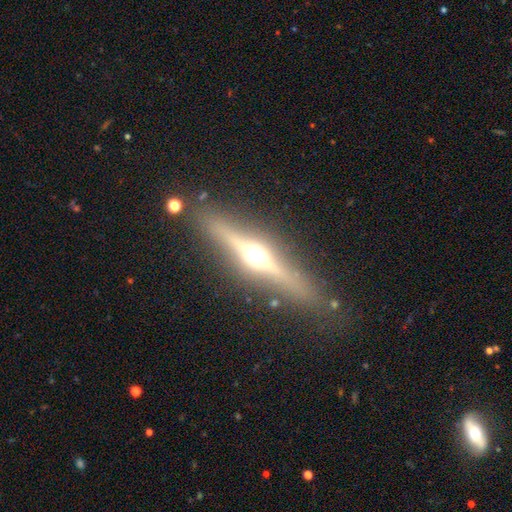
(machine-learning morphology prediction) This is likely a featured or disk galaxy (76%). It is clearly viewed edge-on (96%). Edge-on bulge: clearly rounded (95%). Merging: clearly none (87%).